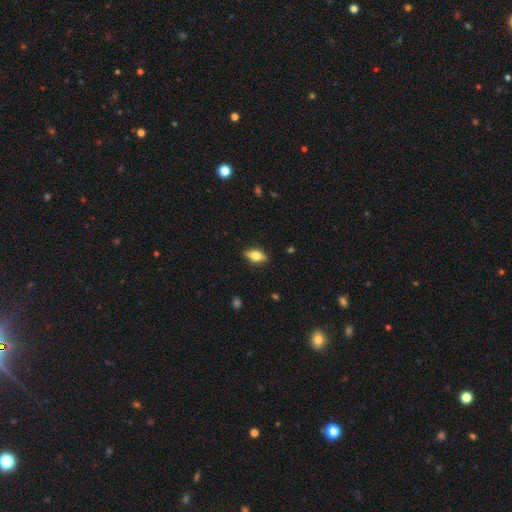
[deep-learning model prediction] Smooth or featured: smooth — 59% (featured or disk — 33%)
How rounded: in between — 79% (cigar-shaped — 15%)
Merging: none — 86% (minor disturbance — 10%)